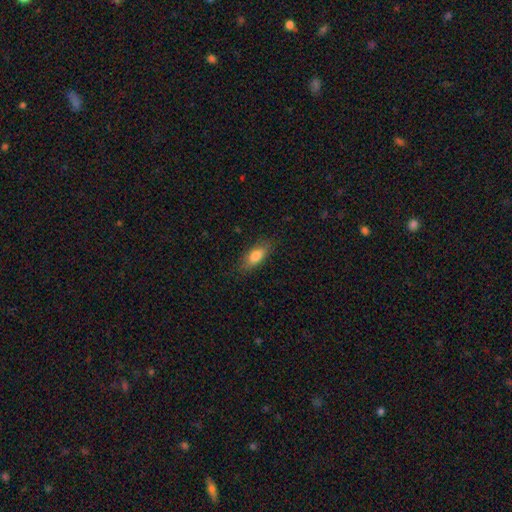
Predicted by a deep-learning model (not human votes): smooth 80%, featured or disk 13%, star or artifact 7%. Down the decision tree: how rounded — in between (74%); merging — none (82%).